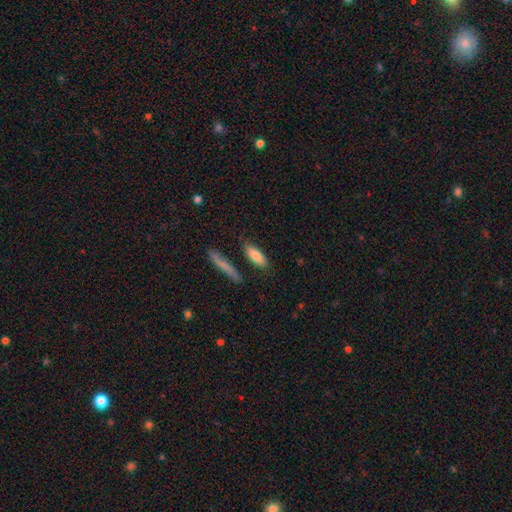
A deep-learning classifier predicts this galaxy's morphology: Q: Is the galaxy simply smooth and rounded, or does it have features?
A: smooth — 81%.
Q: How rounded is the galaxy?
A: in between — 66%.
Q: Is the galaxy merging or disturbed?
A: none — 78%.